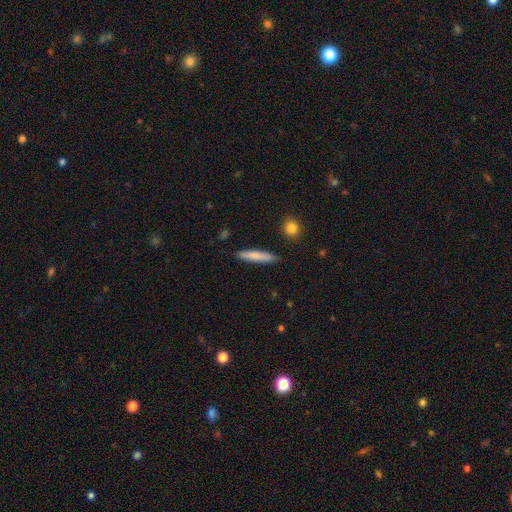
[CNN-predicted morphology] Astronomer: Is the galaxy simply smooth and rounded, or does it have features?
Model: smooth — 76%.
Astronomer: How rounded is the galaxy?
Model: cigar-shaped — 89%.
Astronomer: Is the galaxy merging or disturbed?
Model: none — 87%.